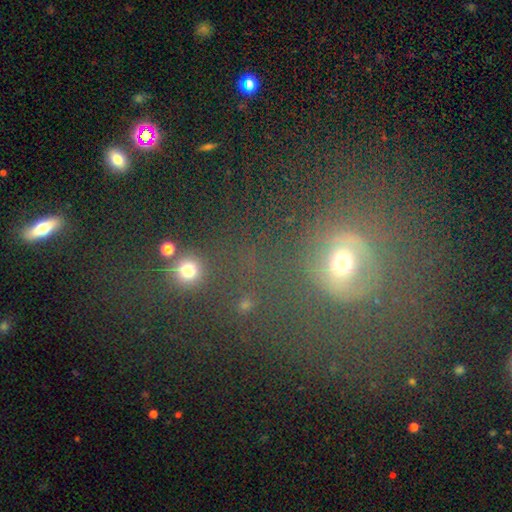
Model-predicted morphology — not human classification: A smooth galaxy with no disk features (45%).

Vote fractions:
- Smooth or featured? smooth: 45% / star or artifact: 33% / featured or disk: 22%
- Merging? none: 57% / major disturbance: 16% / minor disturbance: 15% / merger: 11%